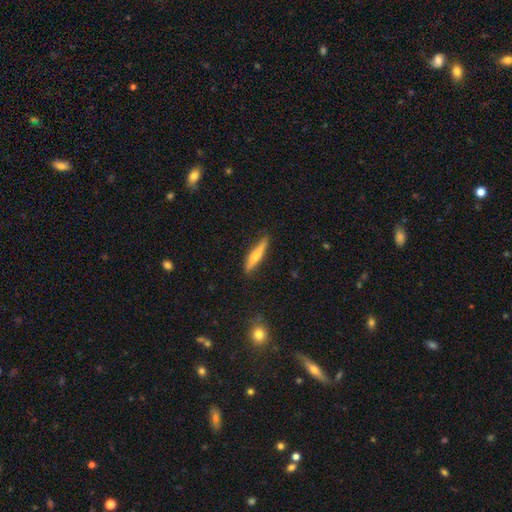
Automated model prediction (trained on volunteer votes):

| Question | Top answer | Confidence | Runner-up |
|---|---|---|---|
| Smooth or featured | smooth | 58% | featured or disk (36%) |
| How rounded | cigar-shaped | 89% | in between (10%) |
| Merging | none | 83% | minor disturbance (13%) |